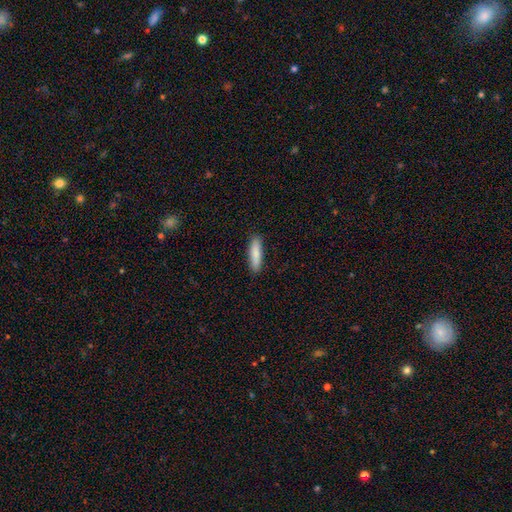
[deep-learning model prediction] smooth_or_featured: smooth (p=0.85) [alt: featured or disk p=0.09]
how_rounded: cigar-shaped (p=0.77) [alt: in between p=0.21]
merging: none (p=0.90) [alt: minor disturbance p=0.08]